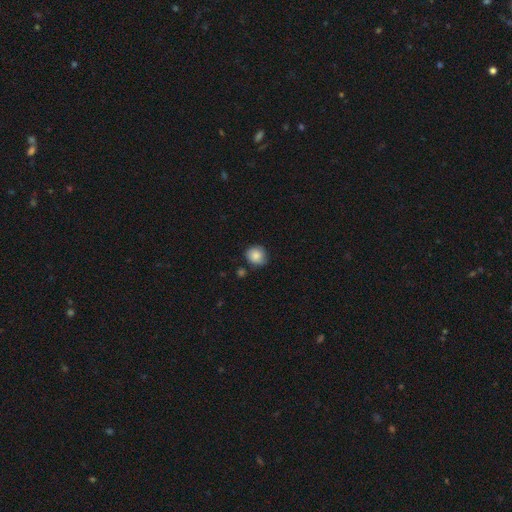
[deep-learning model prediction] Overall: smooth (84%). How rounded: round (86%). Merging: none (78%).